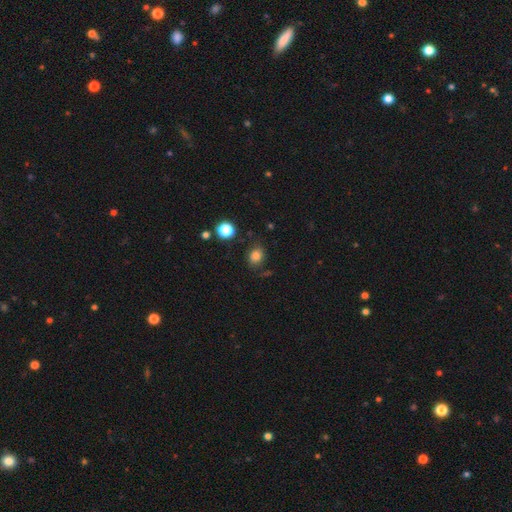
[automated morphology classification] A smooth galaxy with no disk features (81%) that is in between round and cigar-shaped (51%).

Vote fractions:
- Smooth or featured? smooth: 81% / star or artifact: 13% / featured or disk: 6%
- How rounded? in between: 51% / round: 48% / cigar-shaped: 1%
- Merging? none: 75% / minor disturbance: 16% / major disturbance: 5% / merger: 3%